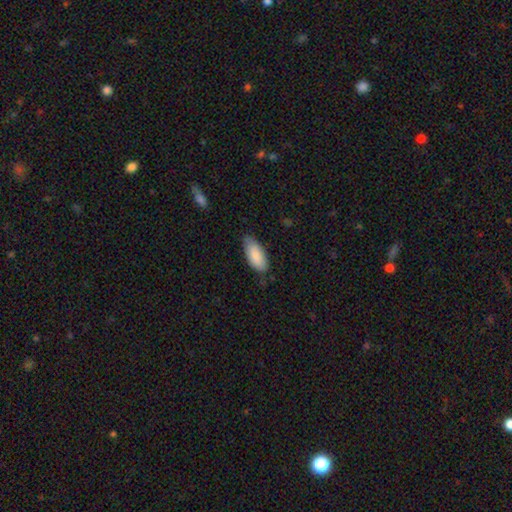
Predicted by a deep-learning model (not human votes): A smooth galaxy with no disk features (86%) that is in between round and cigar-shaped (90%).

Vote fractions:
- Smooth or featured? smooth: 86% / featured or disk: 8% / star or artifact: 6%
- How rounded? in between: 90% / cigar-shaped: 9% / round: 2%
- Merging? none: 73% / minor disturbance: 23% / major disturbance: 3% / merger: 1%